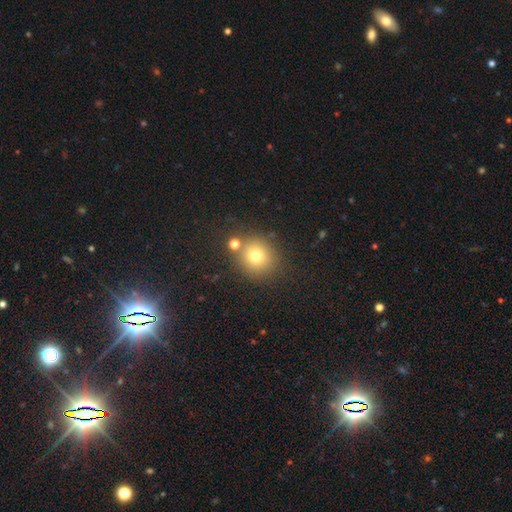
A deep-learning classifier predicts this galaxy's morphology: Smooth or featured?
  - smooth: 74% *
  - star or artifact: 16%
  - featured or disk: 10%
How rounded?
  - round: 88% *
  - in between: 11%
  - cigar-shaped: 1%
Merging?
  - none: 77% *
  - merger: 10%
  - minor disturbance: 9%
  - major disturbance: 4%